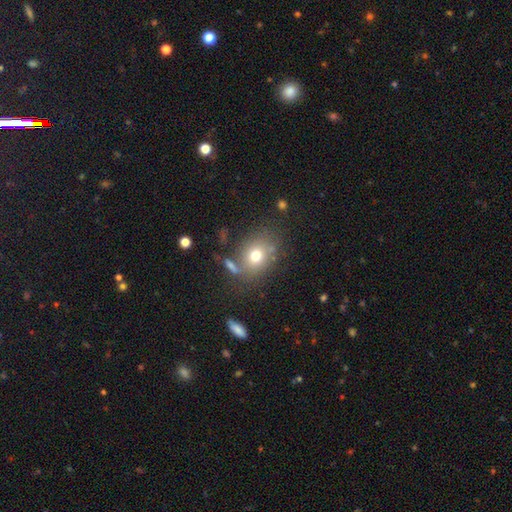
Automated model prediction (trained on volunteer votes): Smooth or featured: smooth — 70% (featured or disk — 16%)
How rounded: round — 57% (in between — 42%)
Merging: none — 68% (minor disturbance — 14%)